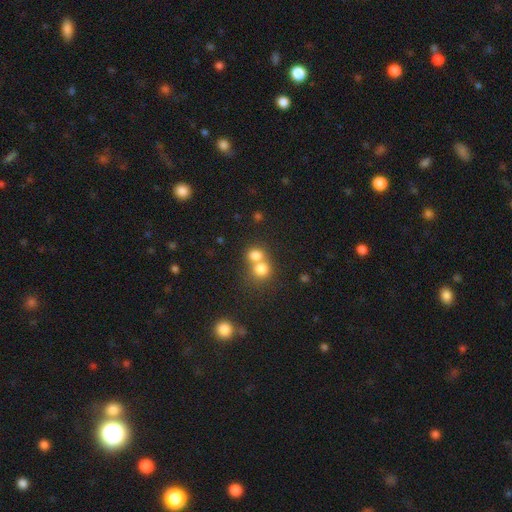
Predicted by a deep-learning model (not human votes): A smooth galaxy with no disk features (75%) that is round (71%).

Vote fractions:
- Smooth or featured? smooth: 75% / star or artifact: 13% / featured or disk: 12%
- How rounded? round: 71% / in between: 28% / cigar-shaped: 1%
- Merging? merger: 61% / none: 31% / minor disturbance: 5% / major disturbance: 3%